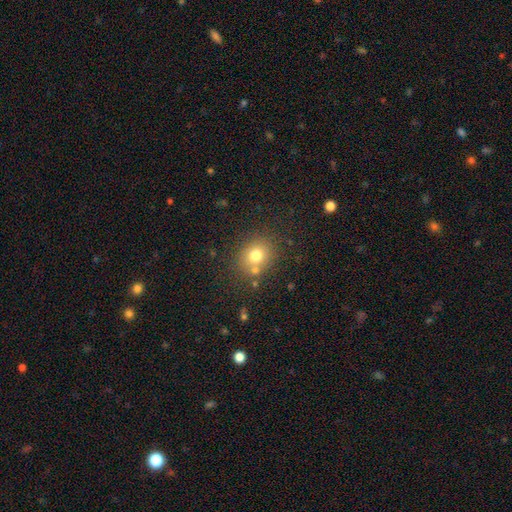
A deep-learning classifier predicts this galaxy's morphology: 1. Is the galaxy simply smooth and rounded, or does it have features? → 74% smooth, 14% star or artifact, 12% featured or disk.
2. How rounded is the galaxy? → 70% round, 29% in between, 1% cigar-shaped.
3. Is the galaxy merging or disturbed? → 71% none, 13% merger, 11% minor disturbance, 4% major disturbance.